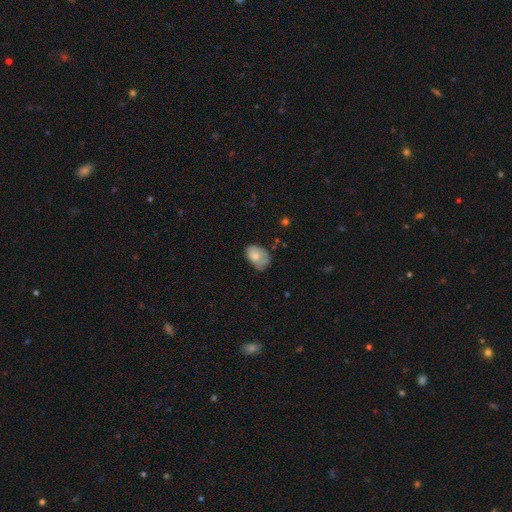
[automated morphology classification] Smooth or featured: smooth — 73% (featured or disk — 20%)
How rounded: in between — 82% (round — 17%)
Merging: none — 45% (minor disturbance — 39%)